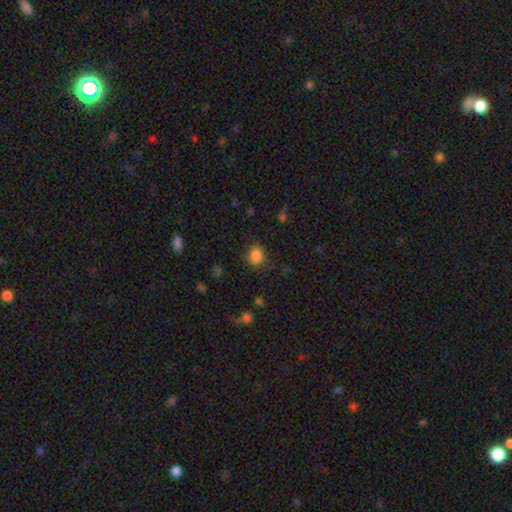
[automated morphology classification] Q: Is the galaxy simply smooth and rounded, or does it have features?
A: smooth — 84%.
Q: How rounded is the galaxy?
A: round — 52%.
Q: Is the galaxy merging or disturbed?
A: none — 77%.